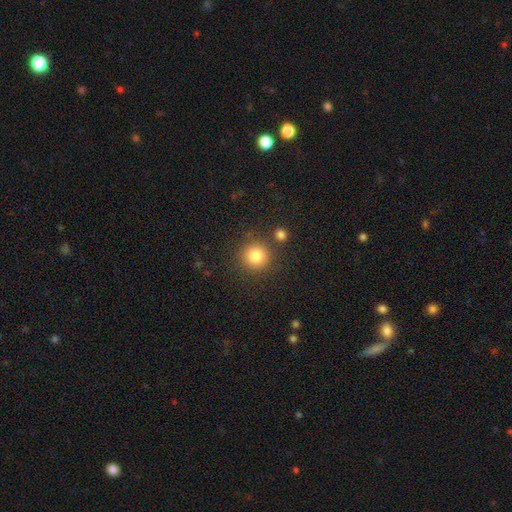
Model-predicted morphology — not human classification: This appears to be a smooth galaxy with no disk features (84%) that is round (93%). Merging: none (83%).